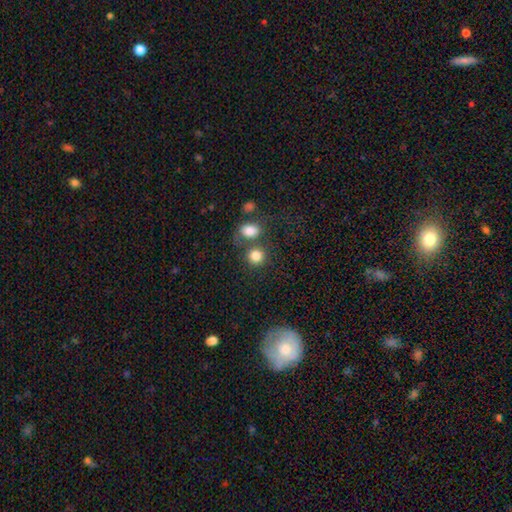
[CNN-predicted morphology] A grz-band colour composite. It shows a smooth galaxy with no disk features (83%) that is round (80%). Merging: none (58%).